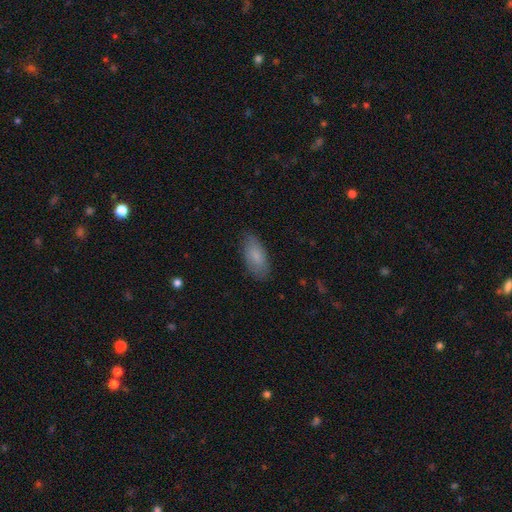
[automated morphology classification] smooth 78%, featured or disk 16%, star or artifact 6%. Down the decision tree: how rounded — in between (88%); merging — none (81%).